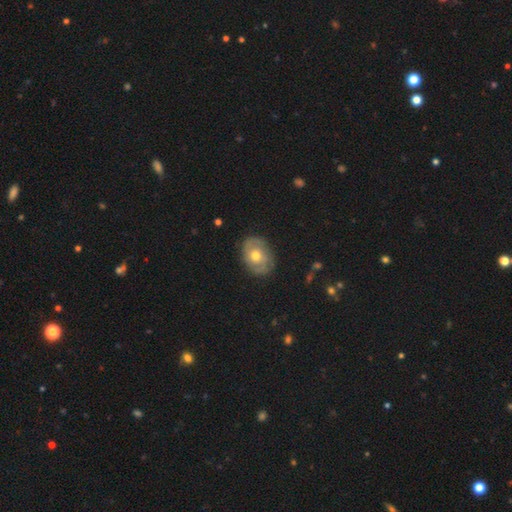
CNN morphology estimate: Smooth or featured? featured or disk (61%)
Edge-on disk? no (96%)
Bar? no (81%)
Spiral arms? yes (70%)
Bulge size? moderate (76%)
Merging? none (79%)